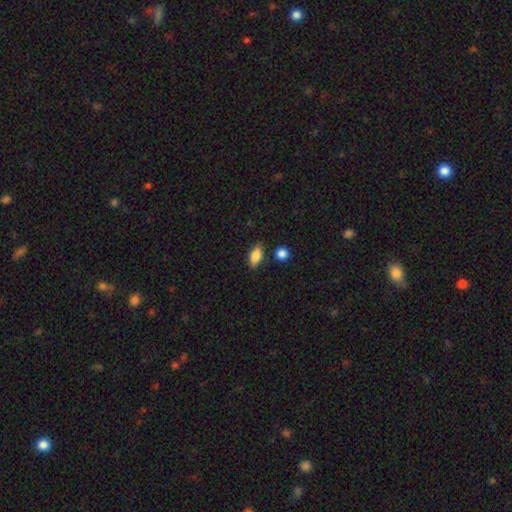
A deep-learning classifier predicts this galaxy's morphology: This is clearly a smooth galaxy (85%). How rounded: clearly in between (87%). Merging: likely none (78%).